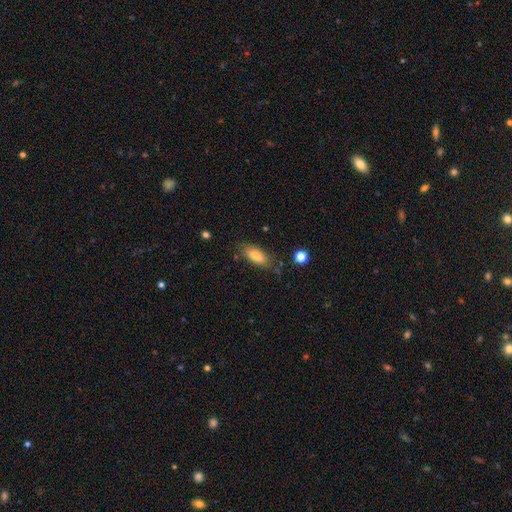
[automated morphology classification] smooth 79%, featured or disk 14%, star or artifact 7%. Down the decision tree: how rounded — in between (78%); merging — none (77%).